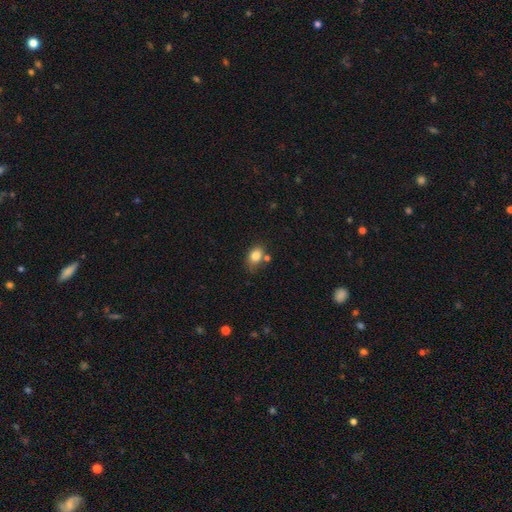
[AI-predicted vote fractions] A smooth galaxy with no disk features (82%) that is in between round and cigar-shaped (69%).

Vote fractions:
- Smooth or featured? smooth: 82% / star or artifact: 9% / featured or disk: 9%
- How rounded? in between: 69% / round: 30% / cigar-shaped: 1%
- Merging? none: 57% / minor disturbance: 22% / merger: 15% / major disturbance: 6%